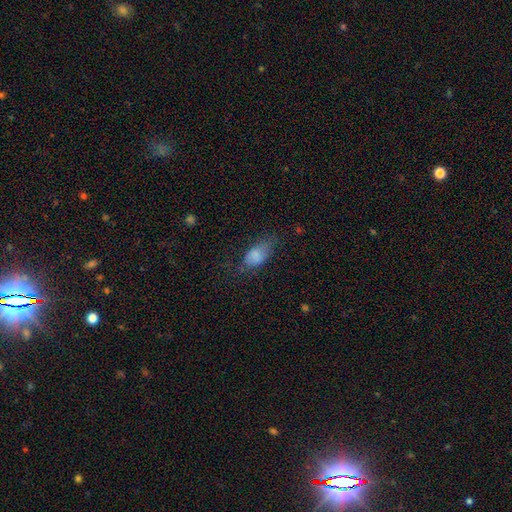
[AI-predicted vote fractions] smooth-or-featured: smooth: 77% | featured or disk: 13% | star or artifact: 10%
  how-rounded: in between: 89% | round: 5% | cigar-shaped: 5%
  merging: none: 43% | minor disturbance: 32% | major disturbance: 22% | merger: 2%